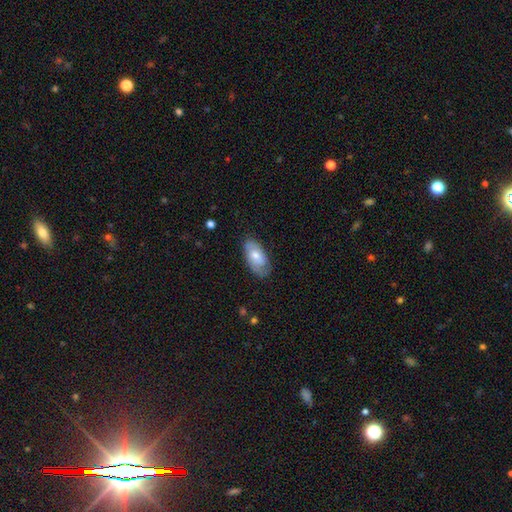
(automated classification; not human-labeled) Smooth or featured? Predicted: smooth (p=0.51). How rounded? Predicted: in between (p=0.92). Merging? Predicted: none (p=0.70).